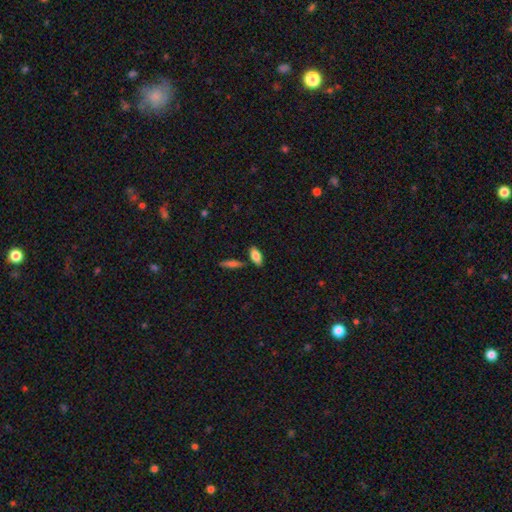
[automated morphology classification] type=smooth (80%); roundness=in between (85%); merging=none (79%).